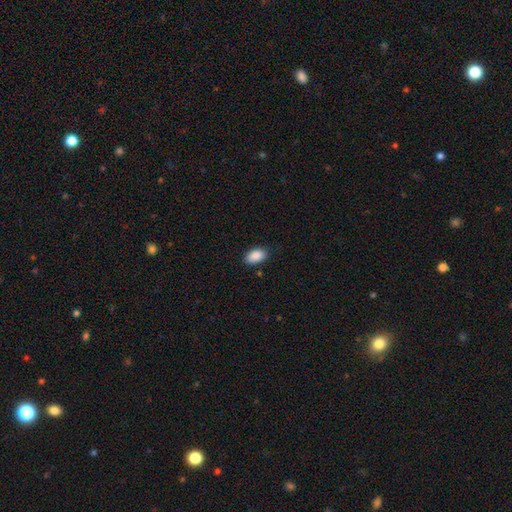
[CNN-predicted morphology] Smooth or featured?
  - smooth: 89% *
  - star or artifact: 7%
  - featured or disk: 3%
How rounded?
  - in between: 93% *
  - round: 5%
  - cigar-shaped: 2%
Merging?
  - none: 83% *
  - minor disturbance: 14%
  - major disturbance: 3%
  - merger: 1%